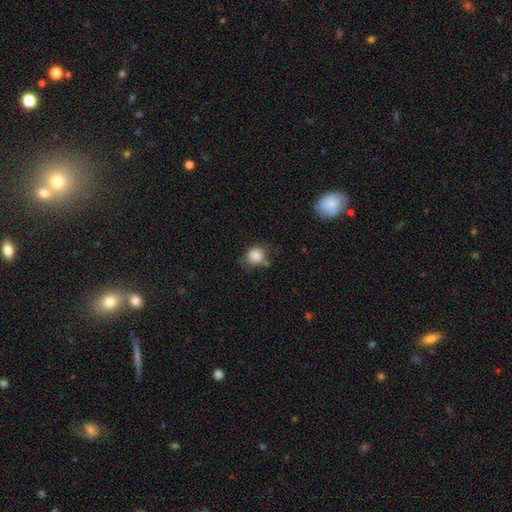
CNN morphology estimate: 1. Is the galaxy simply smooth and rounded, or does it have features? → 85% smooth, 9% star or artifact, 6% featured or disk.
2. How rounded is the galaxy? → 68% round, 31% in between, 1% cigar-shaped.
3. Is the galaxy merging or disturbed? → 58% none, 25% minor disturbance, 9% merger, 8% major disturbance.